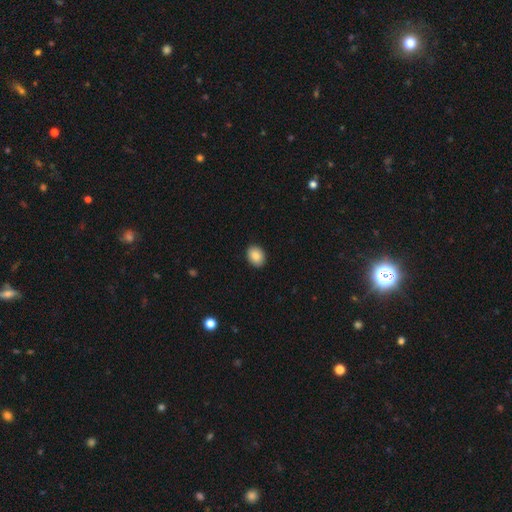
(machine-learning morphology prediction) Smooth or featured: smooth — 86% (star or artifact — 8%)
How rounded: in between — 64% (round — 35%)
Merging: none — 90% (minor disturbance — 7%)